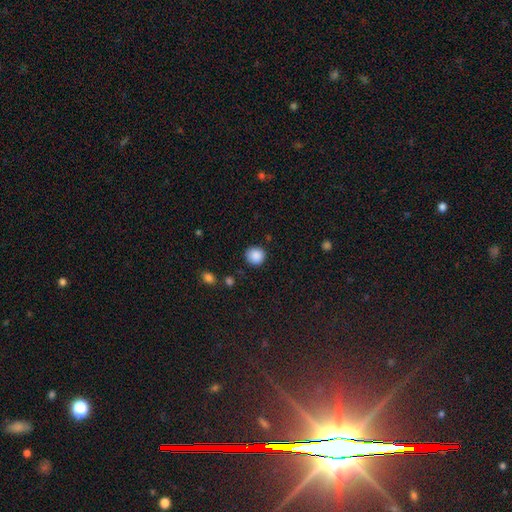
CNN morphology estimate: This appears to be a smooth galaxy with no disk features (88%) that is round (93%). Merging: none (88%).